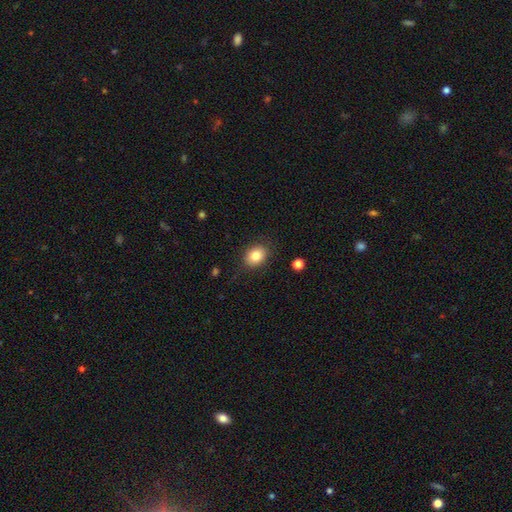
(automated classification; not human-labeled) This is clearly a smooth galaxy (83%). How rounded: possibly in between (59%). Merging: clearly none (85%).